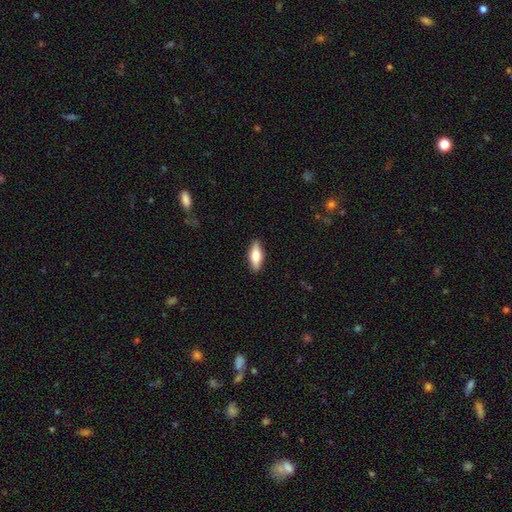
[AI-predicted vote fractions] Smooth or featured? Predicted: smooth (p=0.71). How rounded? Predicted: in between (p=0.69). Merging? Predicted: none (p=0.89).